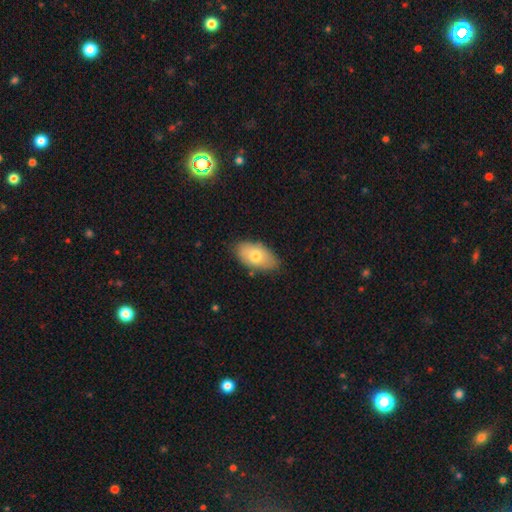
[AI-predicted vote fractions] Smooth or featured: smooth — 73% (featured or disk — 20%)
How rounded: in between — 93% (round — 5%)
Merging: none — 79% (minor disturbance — 16%)